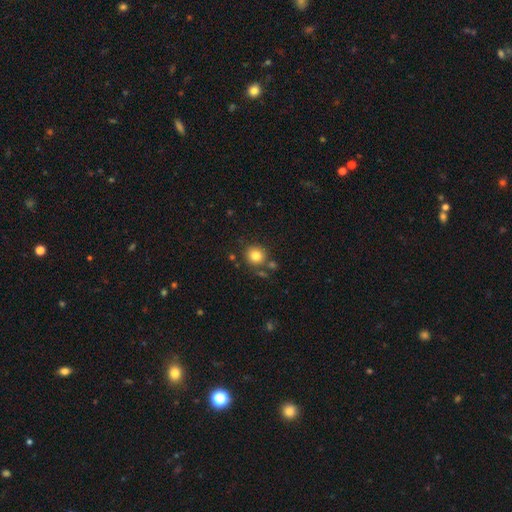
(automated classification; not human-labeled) smooth-or-featured: smooth: 81% | star or artifact: 12% | featured or disk: 7%
  how-rounded: round: 90% | in between: 9% | cigar-shaped: 1%
  merging: none: 79% | minor disturbance: 9% | merger: 9% | major disturbance: 3%